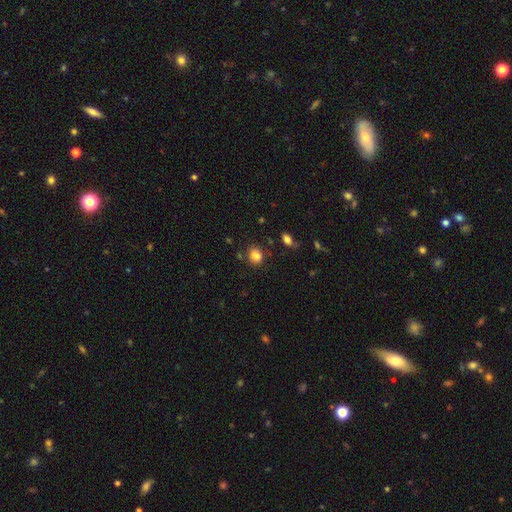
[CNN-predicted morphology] type=smooth (84%); roundness=round (58%); merging=none (78%).